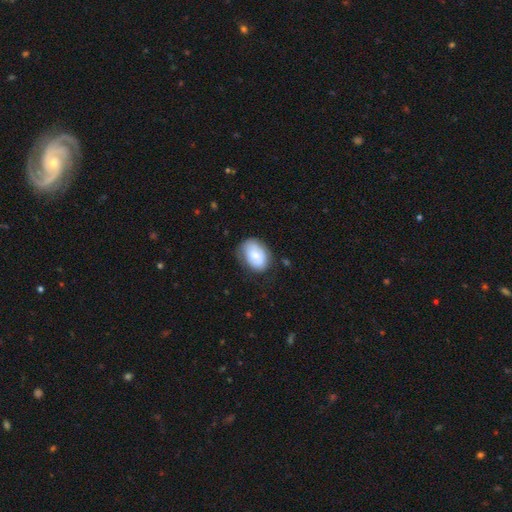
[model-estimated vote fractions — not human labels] Smooth or featured: smooth — 75% (featured or disk — 19%)
How rounded: in between — 83% (round — 16%)
Merging: none — 64% (minor disturbance — 26%)